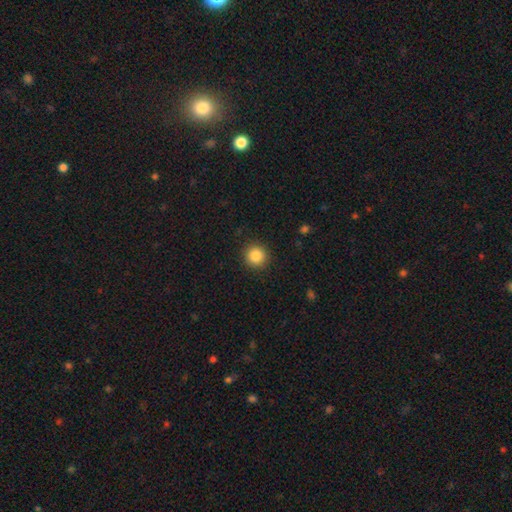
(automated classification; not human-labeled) smooth_or_featured: smooth (p=0.85) [alt: star or artifact p=0.10]
how_rounded: round (p=0.95) [alt: in between p=0.04]
merging: none (p=0.92) [alt: minor disturbance p=0.05]